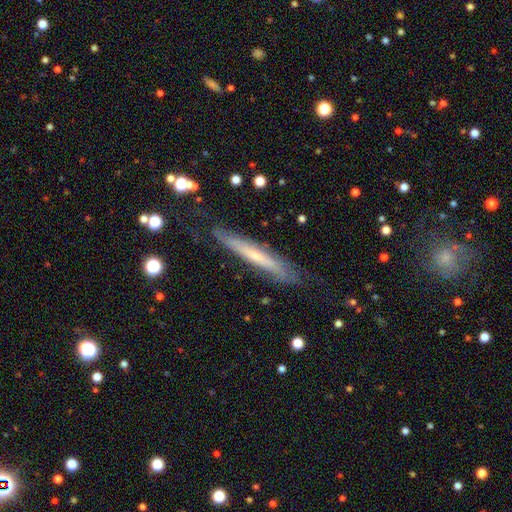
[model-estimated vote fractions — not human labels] Morphology: type=featured or disk (57%); edge-on=yes (79%); merging=none (74%).